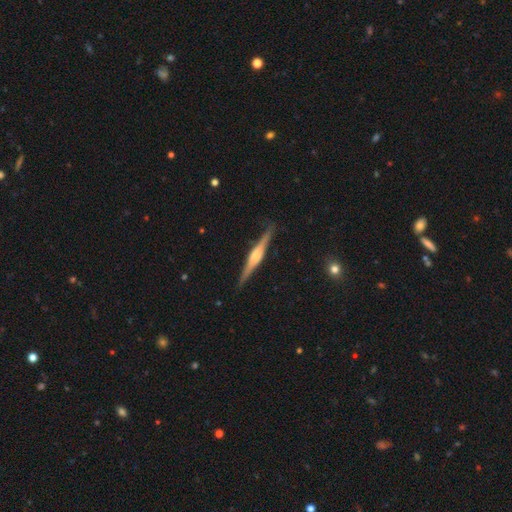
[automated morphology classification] Smooth or featured? featured or disk (78%)
Edge-on disk? yes (98%)
Edge-on bulge? rounded (71%)
Merging? none (89%)